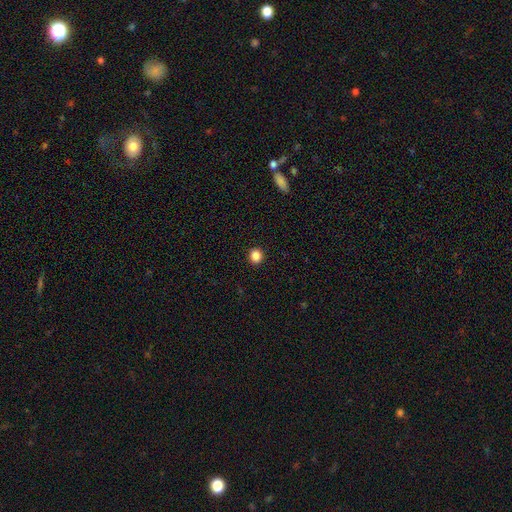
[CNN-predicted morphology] This is clearly a smooth galaxy (86%). How rounded: clearly round (85%). Merging: clearly none (93%).